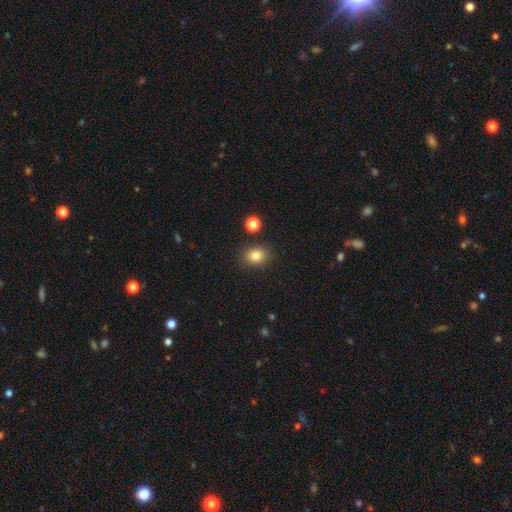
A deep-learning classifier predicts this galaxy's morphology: This is clearly a smooth galaxy (83%). How rounded: possibly in between (50%). Merging: clearly none (84%).